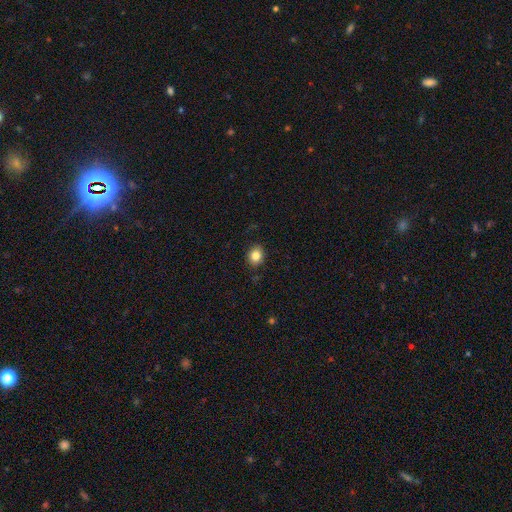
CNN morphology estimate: This appears to be a smooth galaxy with no disk features (84%) that is round (66%). Merging: none (89%).